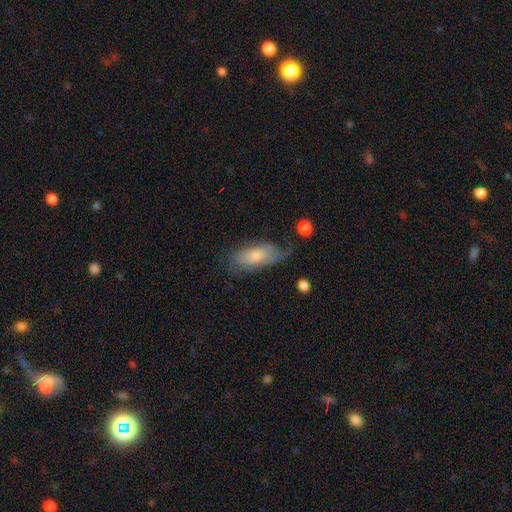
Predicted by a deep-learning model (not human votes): A smooth galaxy with no disk features (57%) that is in between round and cigar-shaped (87%).

Vote fractions:
- Smooth or featured? smooth: 57% / featured or disk: 36% / star or artifact: 7%
- How rounded? in between: 87% / cigar-shaped: 10% / round: 3%
- Merging? none: 47% / minor disturbance: 31% / major disturbance: 18% / merger: 3%